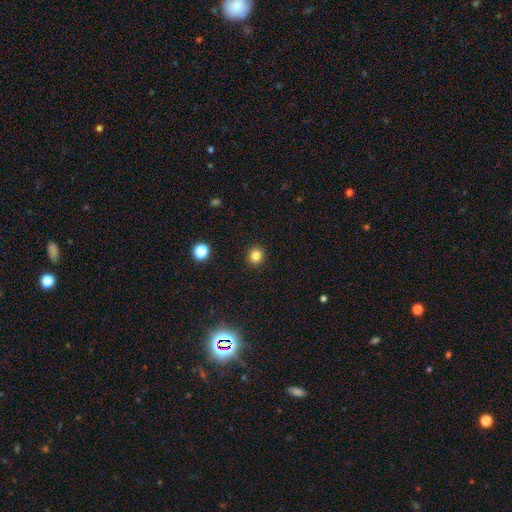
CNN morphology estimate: This appears to be a smooth galaxy with no disk features (82%) that is round (91%). Merging: none (92%).